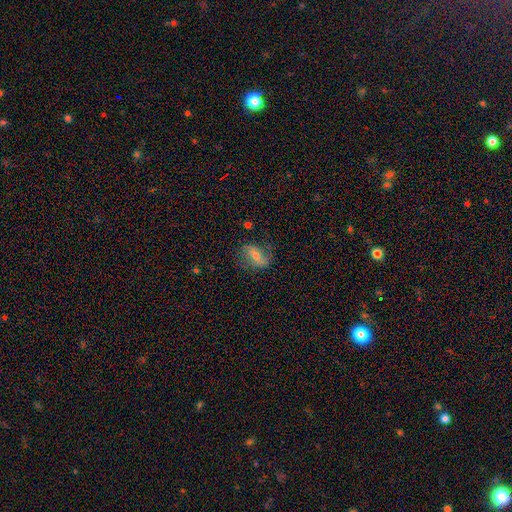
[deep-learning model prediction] This is possibly a featured or disk galaxy (53%). It is clearly not viewed edge-on (93%). Merging: likely none (65%).